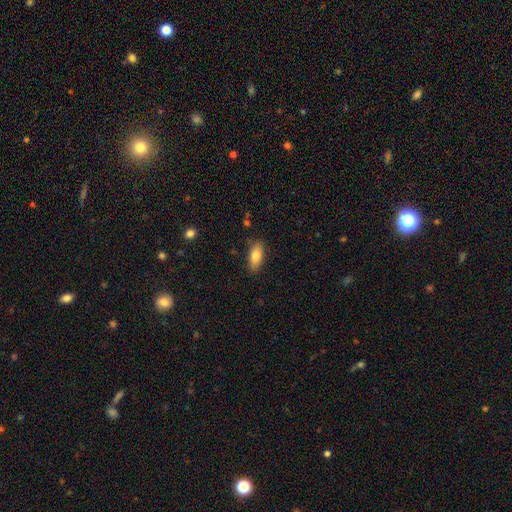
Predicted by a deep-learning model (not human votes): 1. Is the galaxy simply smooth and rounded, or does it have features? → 80% smooth, 13% featured or disk, 7% star or artifact.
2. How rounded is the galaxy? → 84% in between, 13% cigar-shaped, 3% round.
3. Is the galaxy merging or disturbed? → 85% none, 11% minor disturbance, 2% major disturbance, 1% merger.